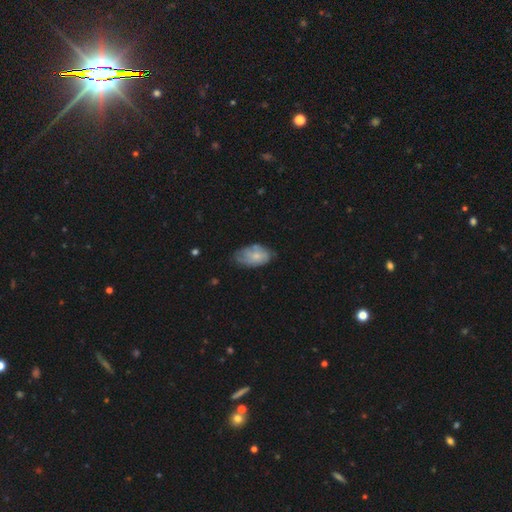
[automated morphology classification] This is likely a smooth galaxy (63%). How rounded: clearly in between (92%). Merging: possibly none (52%).